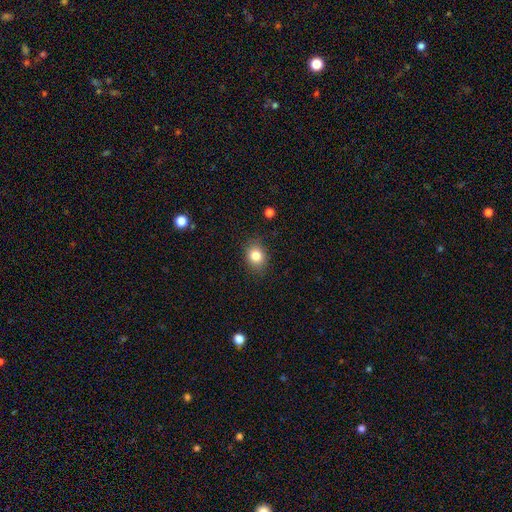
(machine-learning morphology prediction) This appears to be a smooth galaxy with no disk features (82%) that is round (50%). Merging: none (85%).